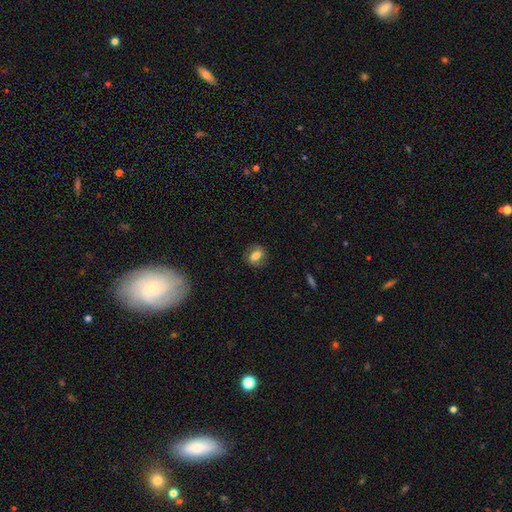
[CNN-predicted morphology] Smooth or featured?
  - smooth: 58% *
  - featured or disk: 33%
  - star or artifact: 9%
How rounded?
  - in between: 60% *
  - round: 37%
  - cigar-shaped: 3%
Merging?
  - none: 79% *
  - minor disturbance: 14%
  - major disturbance: 5%
  - merger: 1%